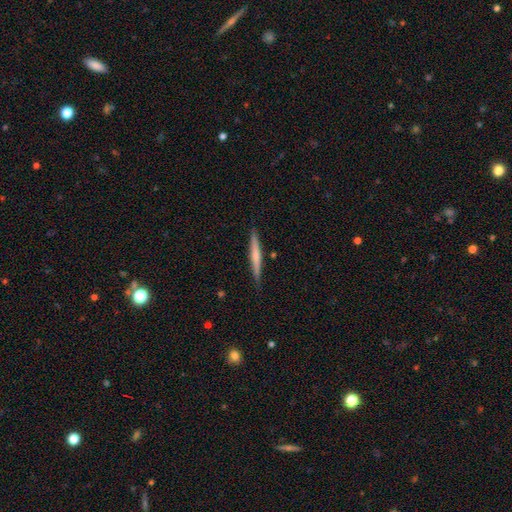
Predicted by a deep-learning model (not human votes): The model was most divided on "smooth or featured": smooth: 50%, featured or disk: 45%, star or artifact: 6%. More confident: merging — none (87%).